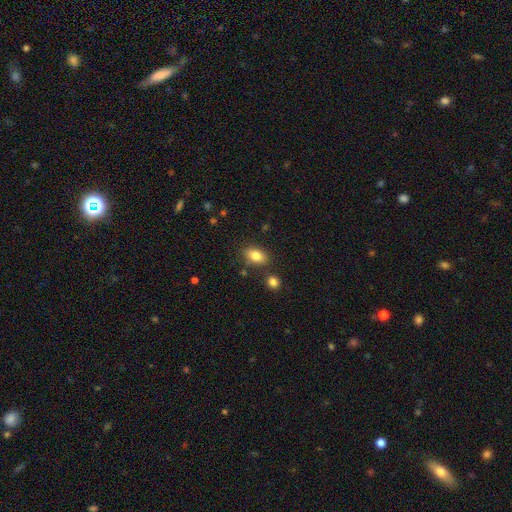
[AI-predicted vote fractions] The model was most divided on "merging": none: 78%, minor disturbance: 12%, merger: 7%, major disturbance: 3%. More confident: how rounded — in between (86%); smooth or featured — smooth (83%).